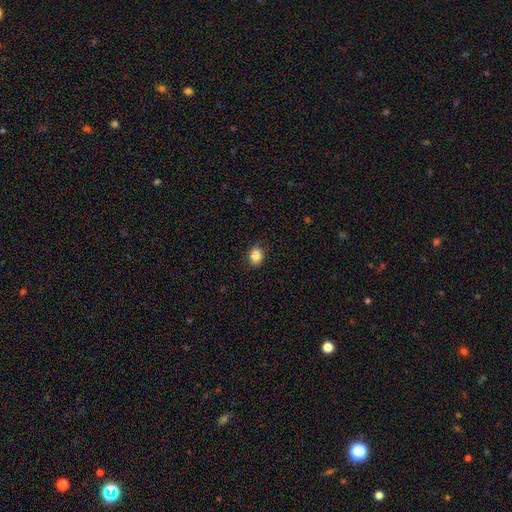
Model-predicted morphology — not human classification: Smooth or featured: smooth — 85% (star or artifact — 10%)
How rounded: in between — 56% (round — 43%)
Merging: none — 86% (minor disturbance — 11%)